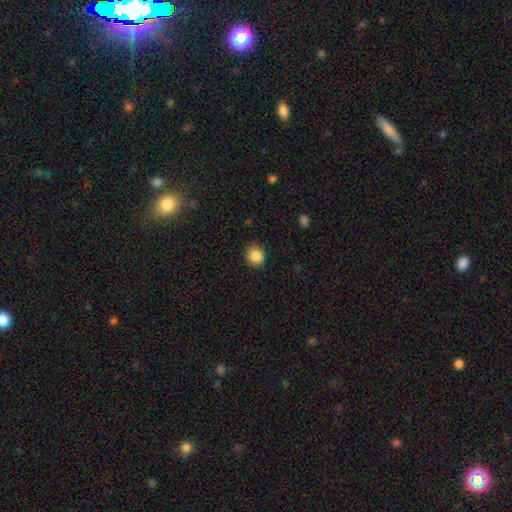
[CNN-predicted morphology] type=smooth (87%); roundness=round (87%); merging=none (86%).